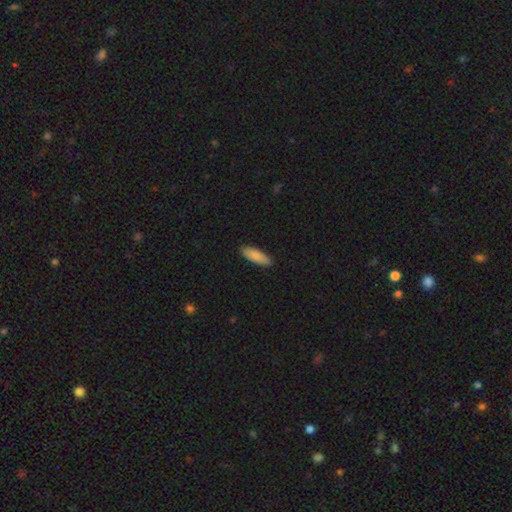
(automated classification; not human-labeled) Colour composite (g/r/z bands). It shows a smooth galaxy with no disk features (88%) that is in between round and cigar-shaped (51%). Merging: none (88%).